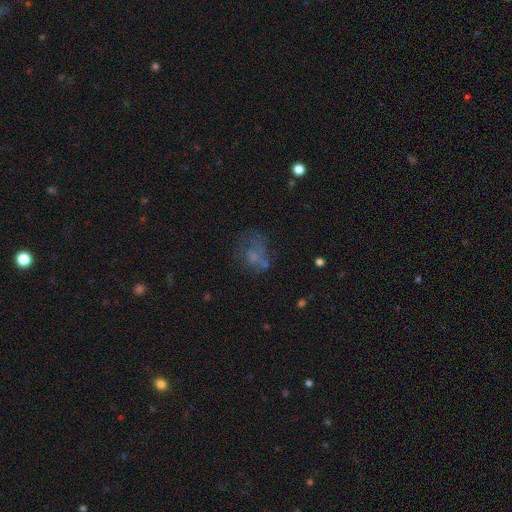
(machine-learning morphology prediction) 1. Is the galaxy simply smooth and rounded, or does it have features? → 40% smooth, 39% featured or disk, 21% star or artifact.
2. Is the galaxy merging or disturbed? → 40% none, 32% major disturbance, 19% minor disturbance, 9% merger.